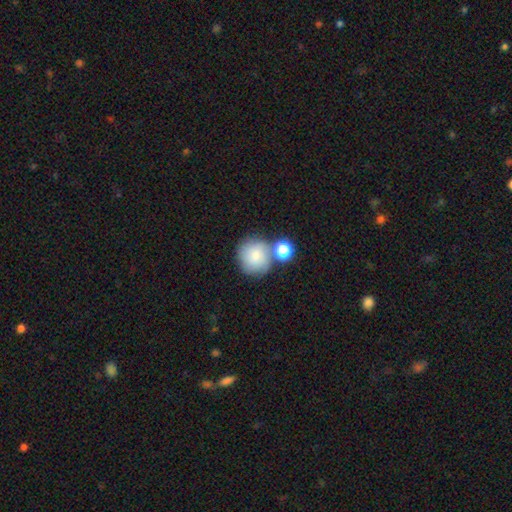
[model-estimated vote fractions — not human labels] Smooth or featured?
  - smooth: 75% *
  - featured or disk: 15%
  - star or artifact: 10%
How rounded?
  - round: 90% *
  - in between: 9%
  - cigar-shaped: 1%
Merging?
  - none: 55% *
  - merger: 25%
  - minor disturbance: 14%
  - major disturbance: 6%